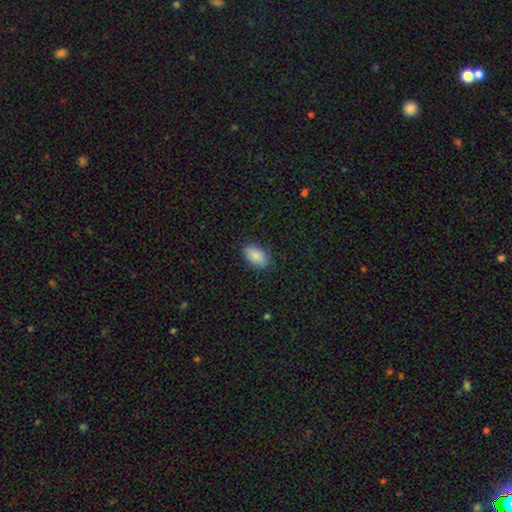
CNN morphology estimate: Smooth or featured: smooth — 89% (star or artifact — 7%)
How rounded: in between — 93% (round — 5%)
Merging: none — 87% (minor disturbance — 10%)